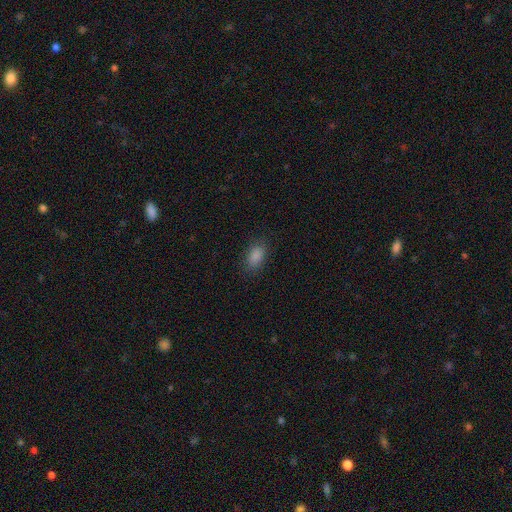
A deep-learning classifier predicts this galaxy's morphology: smooth_or_featured: smooth (p=0.87) [alt: star or artifact p=0.09]
how_rounded: in between (p=0.90) [alt: round p=0.07]
merging: none (p=0.84) [alt: minor disturbance p=0.12]